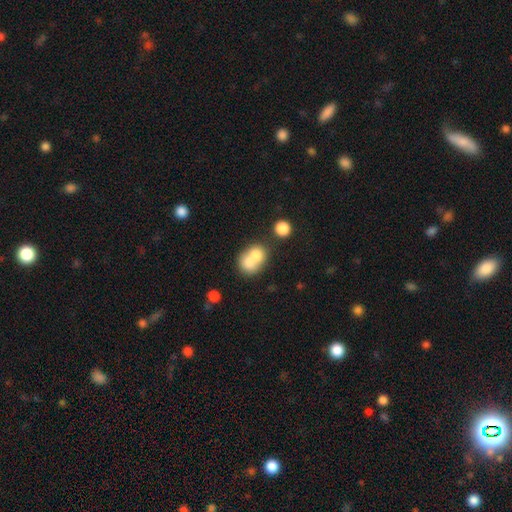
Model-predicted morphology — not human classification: smooth-or-featured: smooth: 72% | featured or disk: 18% | star or artifact: 9%
  how-rounded: round: 56% | in between: 43% | cigar-shaped: 1%
  merging: merger: 66% | none: 23% | minor disturbance: 7% | major disturbance: 4%